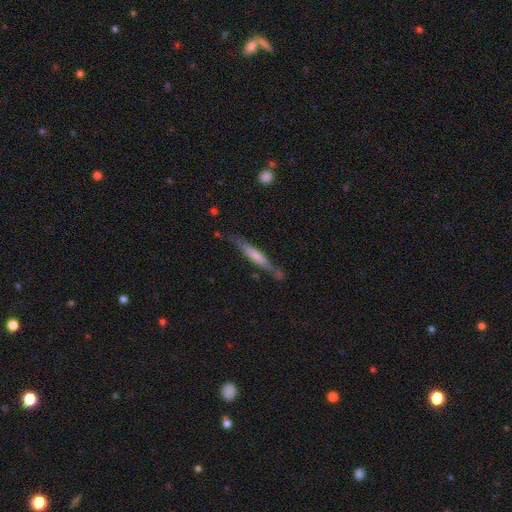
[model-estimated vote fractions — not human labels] A smooth galaxy with no disk features (53%) that is cigar-shaped (93%). Merging: none (72%).